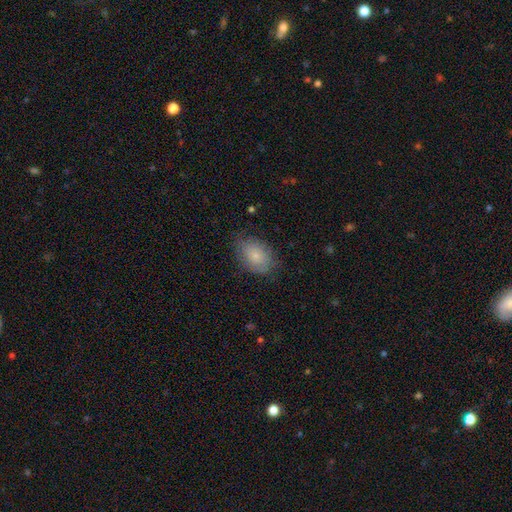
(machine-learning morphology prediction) smooth_or_featured: smooth (p=0.71) [alt: featured or disk p=0.21]
how_rounded: in between (p=0.81) [alt: round p=0.17]
merging: none (p=0.72) [alt: minor disturbance p=0.21]